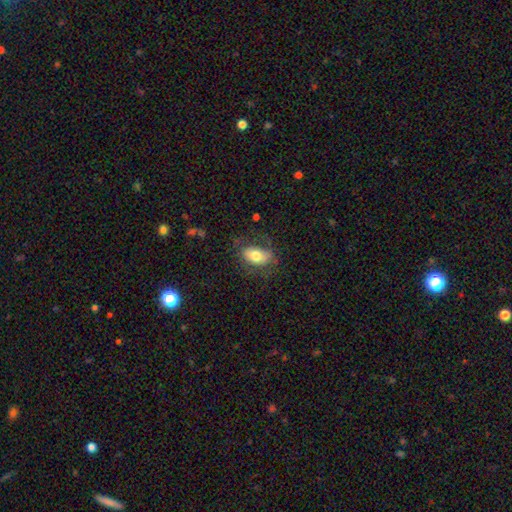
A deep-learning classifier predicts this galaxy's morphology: The model was most divided on "merging": none: 61%, minor disturbance: 23%, major disturbance: 15%, merger: 2%. More confident: how rounded — in between (88%); smooth or featured — smooth (67%).